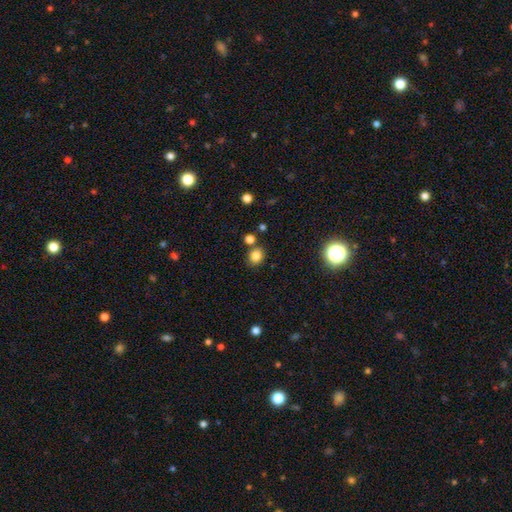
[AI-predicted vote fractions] Smooth or featured? Predicted: smooth (p=0.82). How rounded? Predicted: round (p=0.74). Merging? Predicted: none (p=0.76).